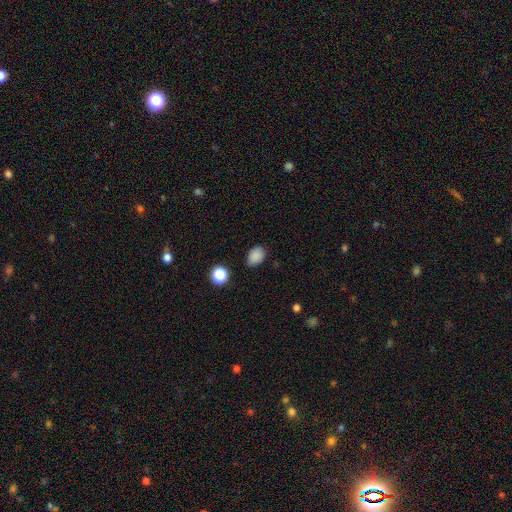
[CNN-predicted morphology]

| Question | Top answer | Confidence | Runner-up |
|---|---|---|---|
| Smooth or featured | smooth | 85% | star or artifact (11%) |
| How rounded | in between | 75% | round (24%) |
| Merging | none | 80% | minor disturbance (15%) |